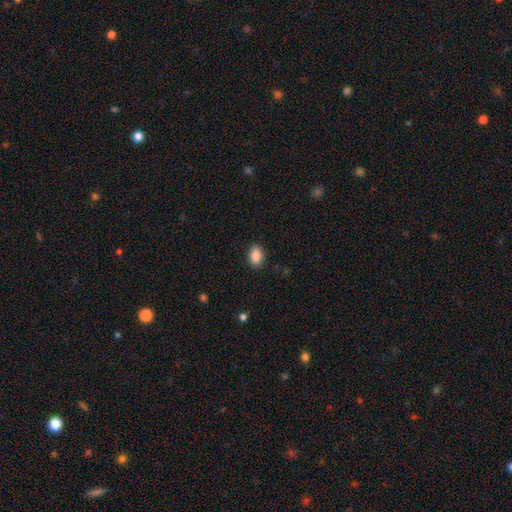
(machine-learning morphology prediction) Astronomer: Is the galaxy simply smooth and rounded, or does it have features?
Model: smooth — 87%.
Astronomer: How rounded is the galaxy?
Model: in between — 87%.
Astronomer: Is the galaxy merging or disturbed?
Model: none — 87%.